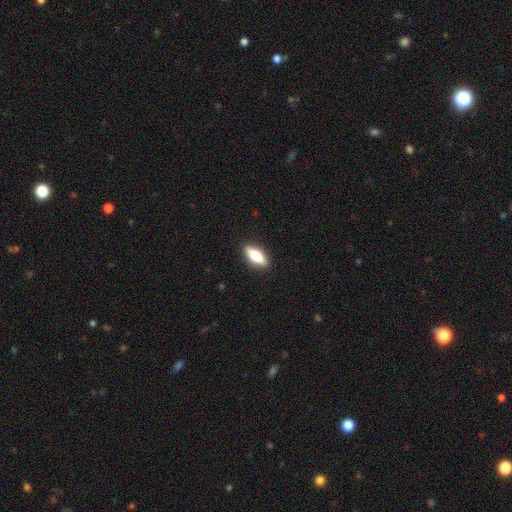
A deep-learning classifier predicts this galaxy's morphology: A smooth galaxy with no disk features (64%) that is in between round and cigar-shaped (70%).

Vote fractions:
- Smooth or featured? smooth: 64% / featured or disk: 30% / star or artifact: 6%
- How rounded? in between: 70% / cigar-shaped: 27% / round: 3%
- Merging? none: 89% / minor disturbance: 8% / major disturbance: 2% / merger: 1%